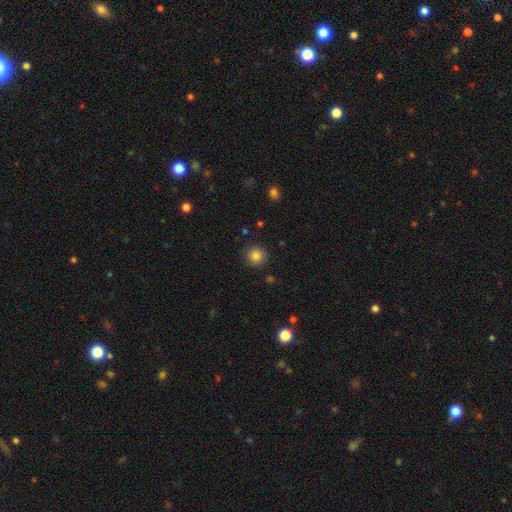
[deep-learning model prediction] Smooth or featured? Predicted: smooth (p=0.84). How rounded? Predicted: round (p=0.94). Merging? Predicted: none (p=0.90).